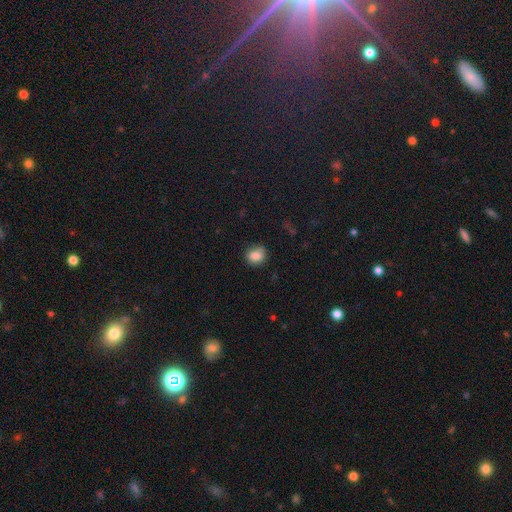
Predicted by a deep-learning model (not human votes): A smooth galaxy with no disk features (86%) that is round (63%).

Vote fractions:
- Smooth or featured? smooth: 86% / star or artifact: 9% / featured or disk: 5%
- How rounded? round: 63% / in between: 36% / cigar-shaped: 1%
- Merging? none: 75% / minor disturbance: 18% / major disturbance: 4% / merger: 2%